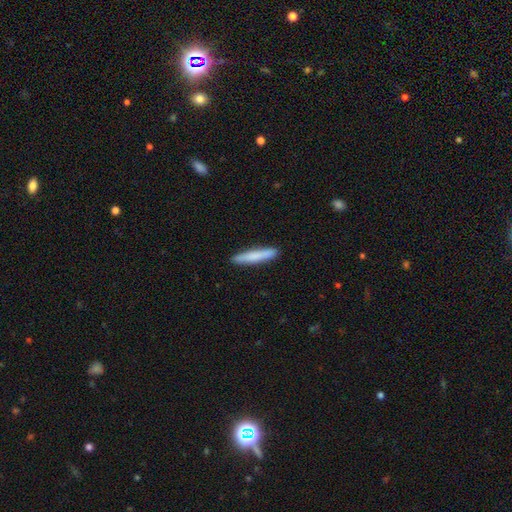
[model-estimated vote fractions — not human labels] smooth_or_featured: smooth (p=0.78) [alt: featured or disk p=0.17]
how_rounded: cigar-shaped (p=0.93) [alt: in between p=0.05]
merging: none (p=0.91) [alt: minor disturbance p=0.06]